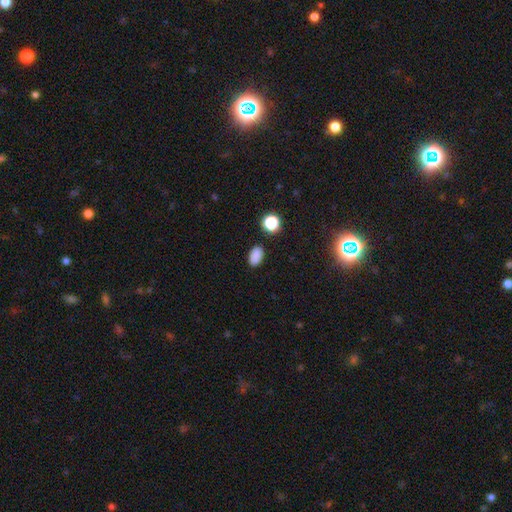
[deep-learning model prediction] smooth 85%, star or artifact 12%, featured or disk 4%. Down the decision tree: how rounded — in between (88%); merging — none (86%).